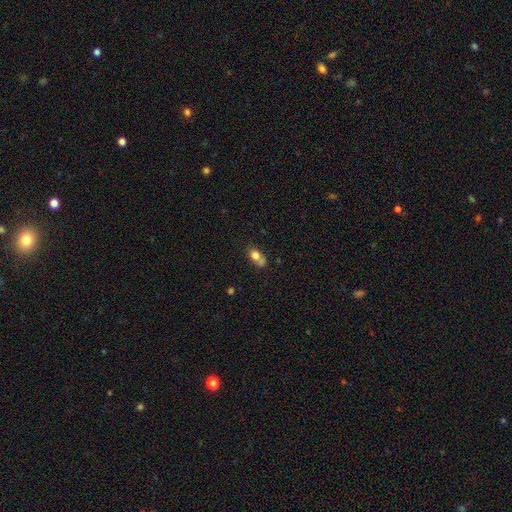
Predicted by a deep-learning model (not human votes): smooth 74%, featured or disk 15%, star or artifact 11%. Down the decision tree: how rounded — in between (62%); merging — none (37%).